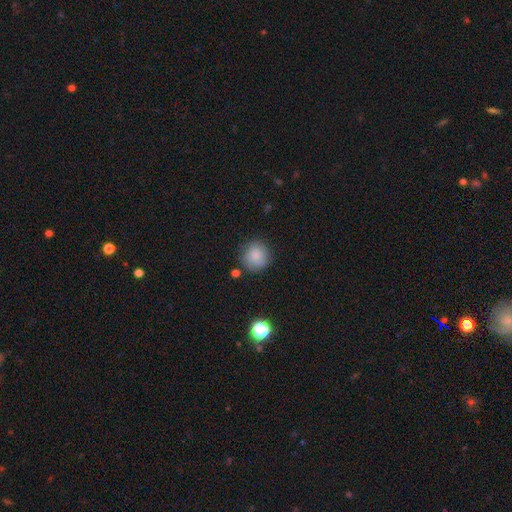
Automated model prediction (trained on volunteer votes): smooth 83%, star or artifact 9%, featured or disk 8%. Down the decision tree: how rounded — round (92%); merging — none (79%).